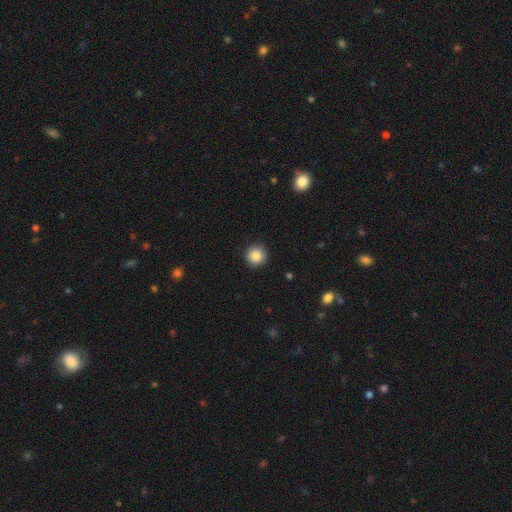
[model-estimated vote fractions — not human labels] Smooth or featured? Predicted: smooth (p=0.86). How rounded? Predicted: round (p=0.95). Merging? Predicted: none (p=0.91).